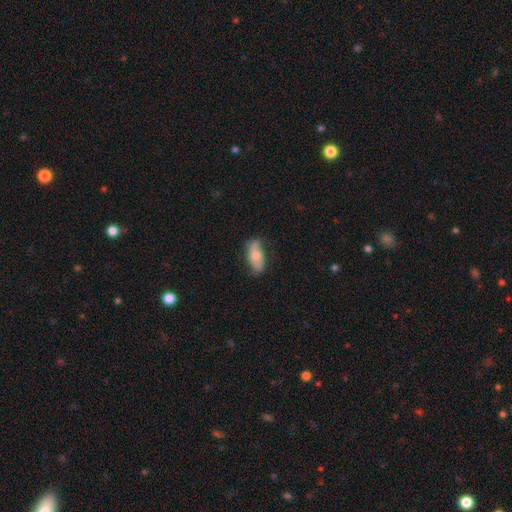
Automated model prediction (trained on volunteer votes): Smooth or featured? smooth (61%)
How rounded? in between (86%)
Merging? none (75%)